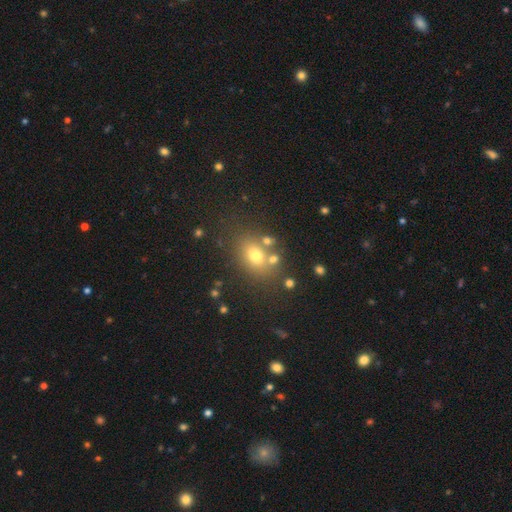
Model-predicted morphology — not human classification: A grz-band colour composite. It shows a smooth galaxy with no disk features (68%) that is in between round and cigar-shaped (63%). Merging: none (69%).